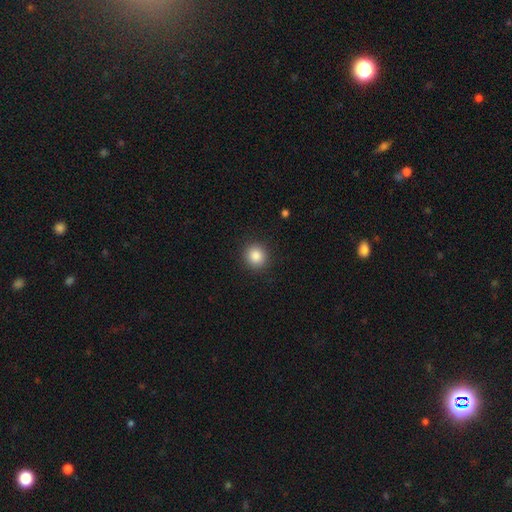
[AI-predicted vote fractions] Overall: smooth (86%). How rounded: round (89%). Merging: none (91%).